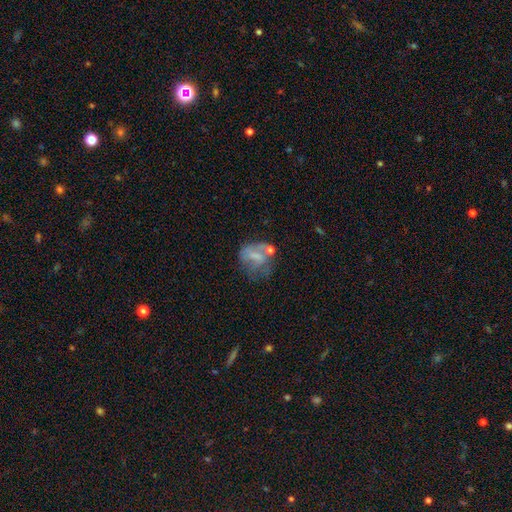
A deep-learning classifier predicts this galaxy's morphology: smooth-or-featured: smooth: 44% (tied) | featured or disk: 44% (tied) | star or artifact: 12%
  merging: none: 32% | major disturbance: 30% | minor disturbance: 23% | merger: 14%